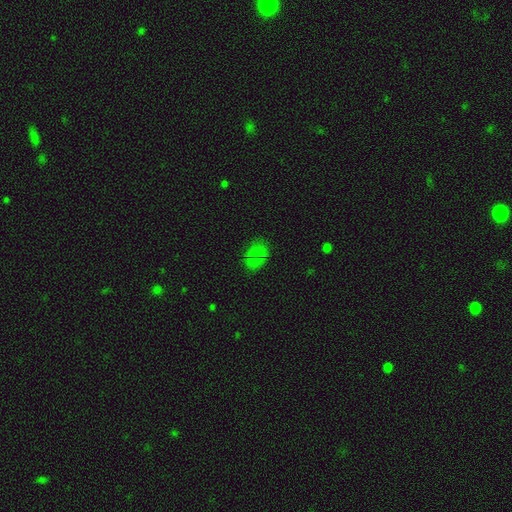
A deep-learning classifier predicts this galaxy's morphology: Smooth or featured? Predicted: smooth (p=0.72). How rounded? Predicted: in between (p=0.80). Merging? Predicted: none (p=0.76).